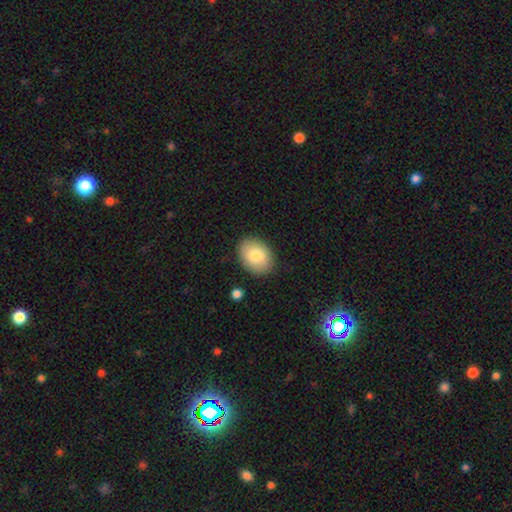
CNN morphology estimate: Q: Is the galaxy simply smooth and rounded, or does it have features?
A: smooth — 81%.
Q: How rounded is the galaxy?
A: in between — 73%.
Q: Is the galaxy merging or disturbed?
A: none — 86%.